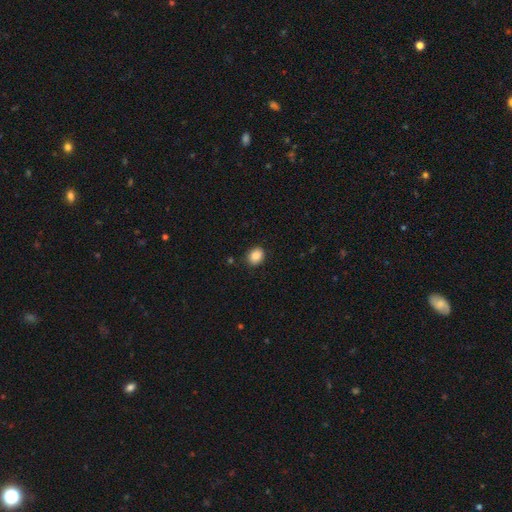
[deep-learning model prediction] smooth_or_featured: smooth (p=0.86) [alt: star or artifact p=0.09]
how_rounded: round (p=0.53) [alt: in between p=0.46]
merging: none (p=0.87) [alt: minor disturbance p=0.09]